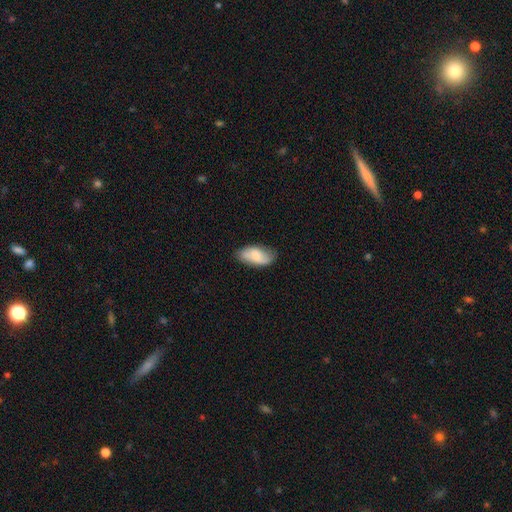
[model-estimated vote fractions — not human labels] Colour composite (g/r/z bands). It shows a smooth galaxy with no disk features (70%) that is in between round and cigar-shaped (93%). Merging: none (69%).